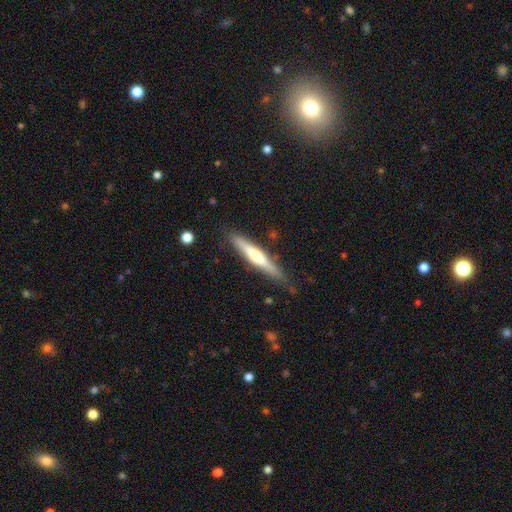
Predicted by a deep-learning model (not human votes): Smooth or featured? featured or disk (50%)
Edge-on disk? yes (95%)
Merging? none (81%)